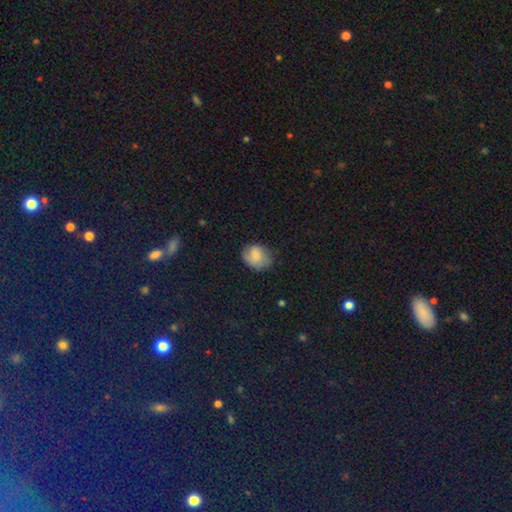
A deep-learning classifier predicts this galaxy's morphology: Q: Smooth or featured?
A: smooth (72%); runner-up: featured or disk (19%)
Q: How rounded?
A: round (53%); runner-up: in between (46%)
Q: Merging?
A: none (67%); runner-up: minor disturbance (25%)